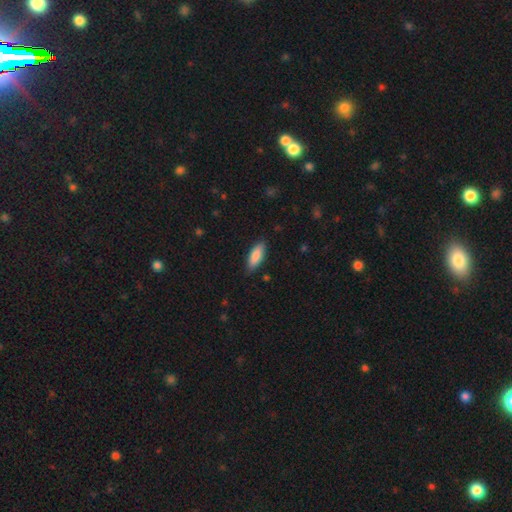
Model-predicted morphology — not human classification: This is clearly a smooth galaxy (86%). How rounded: likely in between (70%). Merging: clearly none (84%).